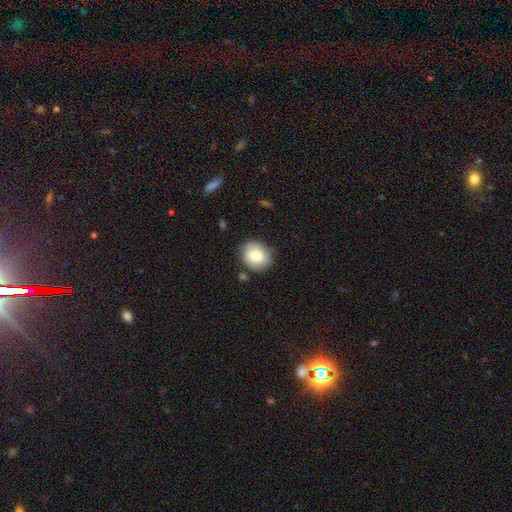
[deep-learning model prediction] A smooth galaxy with no disk features (70%) that is round (67%). Merging: none (77%).